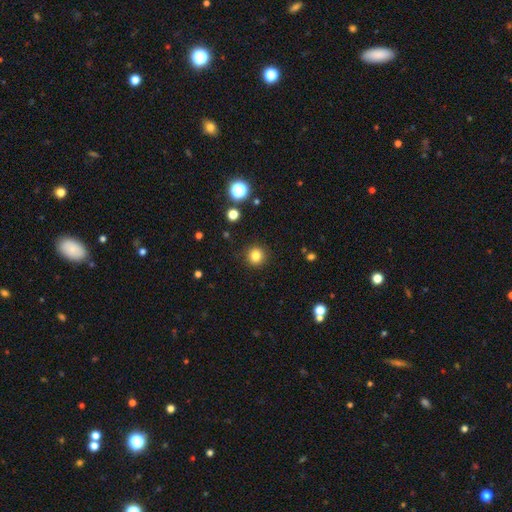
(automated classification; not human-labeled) A smooth galaxy with no disk features (82%) that is round (93%). Merging: none (91%).